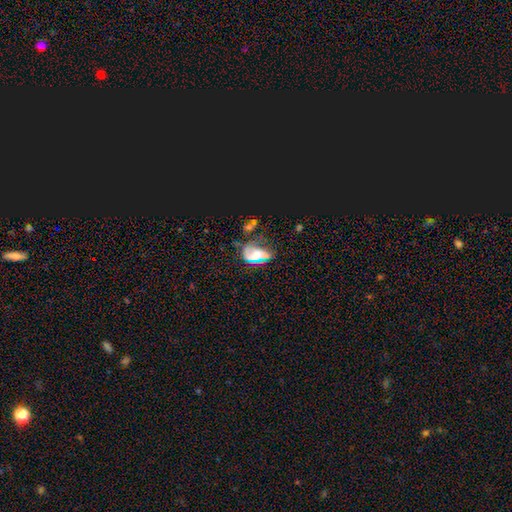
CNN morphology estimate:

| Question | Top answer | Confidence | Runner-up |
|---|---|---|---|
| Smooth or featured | smooth | 41% | star or artifact (39%) |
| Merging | none | 40% | major disturbance (22%) |